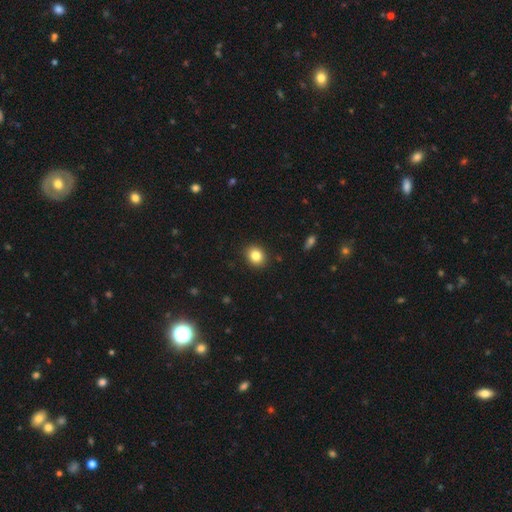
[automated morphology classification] Smooth or featured?
  - smooth: 84% *
  - star or artifact: 10%
  - featured or disk: 7%
How rounded?
  - round: 66% *
  - in between: 33%
  - cigar-shaped: 1%
Merging?
  - none: 91% *
  - minor disturbance: 7%
  - major disturbance: 2%
  - merger: 1%